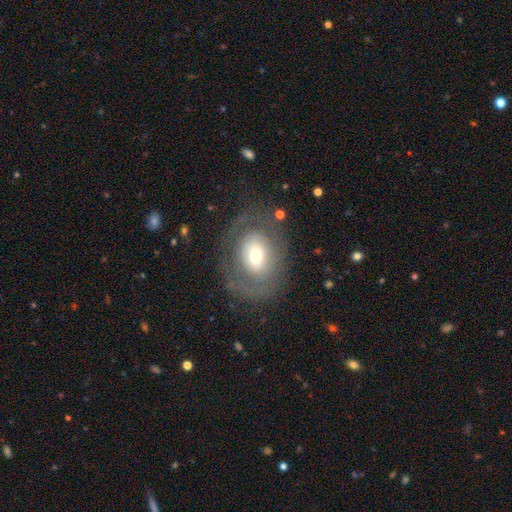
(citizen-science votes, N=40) This is possibly a smooth galaxy (57%). How rounded: possibly in between (57%). Merging: likely none (61%).